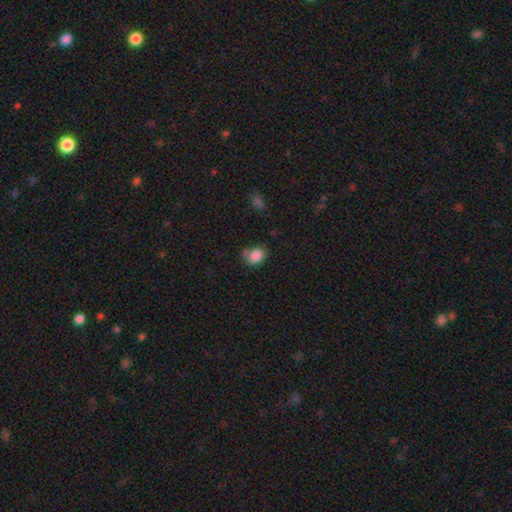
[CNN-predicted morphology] smooth-or-featured: smooth: 85% | star or artifact: 10% | featured or disk: 6%
  how-rounded: round: 56% | in between: 43% | cigar-shaped: 1%
  merging: none: 61% | minor disturbance: 20% | merger: 14% | major disturbance: 6%